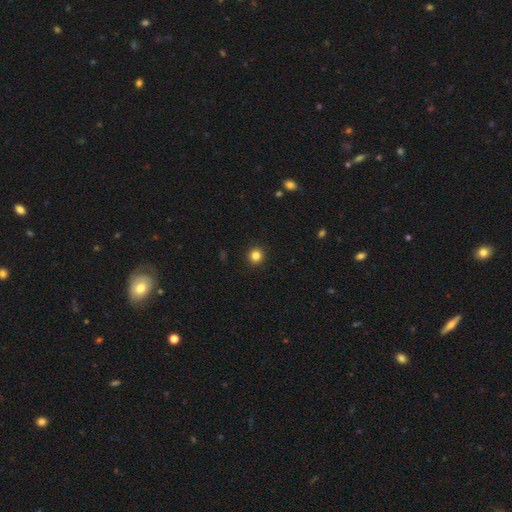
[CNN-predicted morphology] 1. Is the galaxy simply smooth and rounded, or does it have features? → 83% smooth, 12% star or artifact, 5% featured or disk.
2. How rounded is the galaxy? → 95% round, 4% in between, 1% cigar-shaped.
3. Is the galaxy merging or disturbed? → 93% none, 4% minor disturbance, 2% major disturbance, 1% merger.